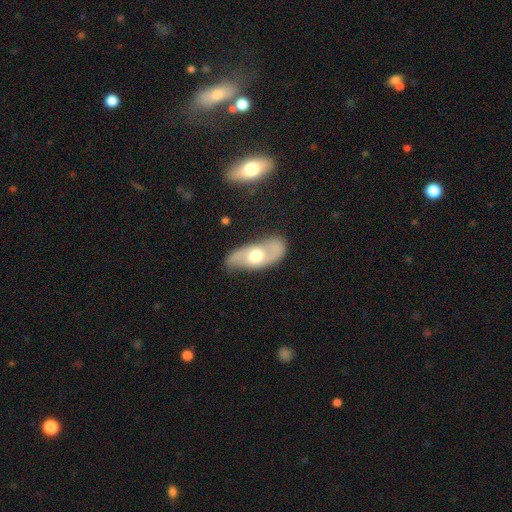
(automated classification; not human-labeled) Morphology: type=featured or disk (62%); edge-on=no (86%); bar=no (71%); spiral arms=yes (71%); bulge=moderate (68%); merging=none (73%).